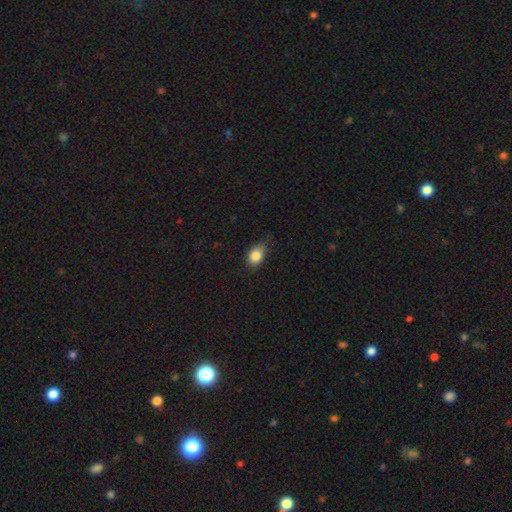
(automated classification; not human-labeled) Overall: smooth (84%). How rounded: in between (68%; round 30%). Merging: none (59%; minor disturbance 33%).